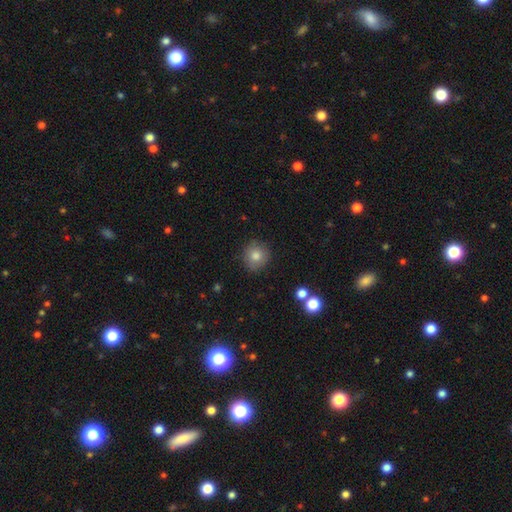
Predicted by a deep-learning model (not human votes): The model was most divided on "smooth or featured": smooth: 82%, star or artifact: 10%, featured or disk: 9%. More confident: how rounded — round (91%); merging — none (86%).